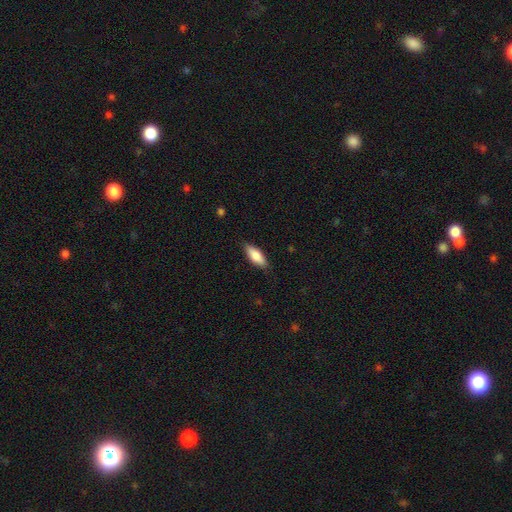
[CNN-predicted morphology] Smooth or featured? smooth (81%)
How rounded? in between (74%)
Merging? none (84%)